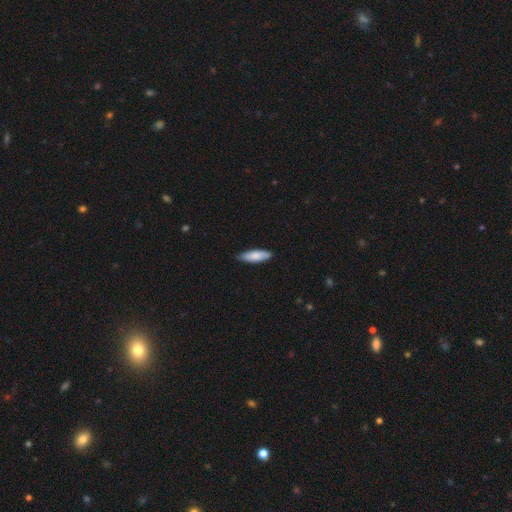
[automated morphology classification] Smooth or featured? Predicted: smooth (p=0.81). How rounded? Predicted: in between (p=0.52). Merging? Predicted: none (p=0.81).